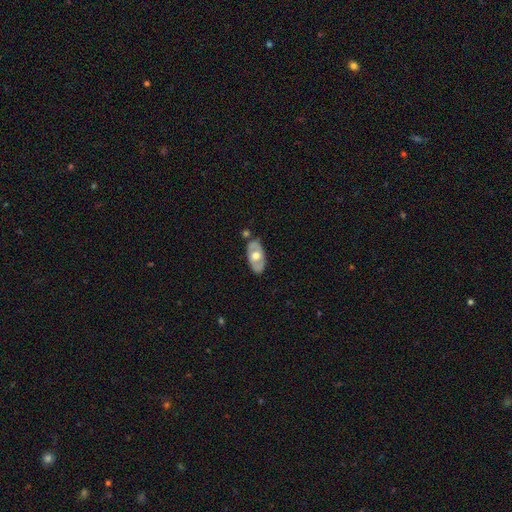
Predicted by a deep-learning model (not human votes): featured or disk 51%, smooth 44%, star or artifact 5%. Down the decision tree: edge-on disk — no (83%); merging — none (77%).